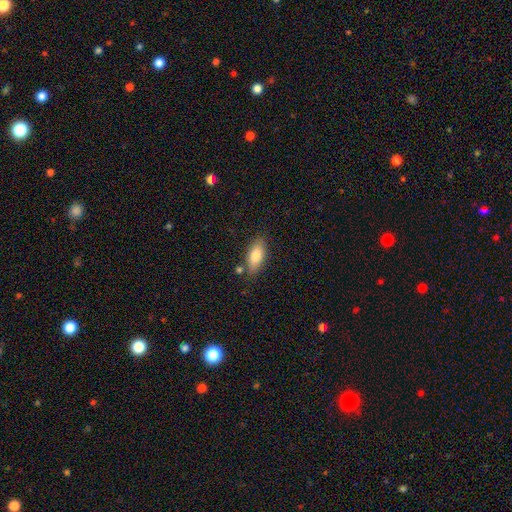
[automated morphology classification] smooth_or_featured: smooth (p=0.81) [alt: featured or disk p=0.13]
how_rounded: in between (p=0.86) [alt: cigar-shaped p=0.11]
merging: none (p=0.78) [alt: minor disturbance p=0.13]